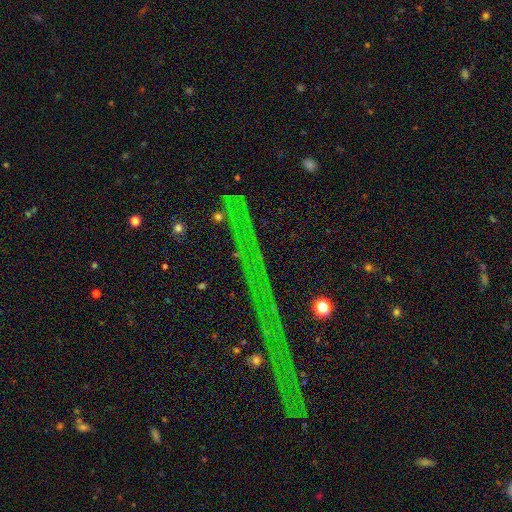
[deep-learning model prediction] Smooth or featured: star or artifact — 82% (featured or disk — 9%)